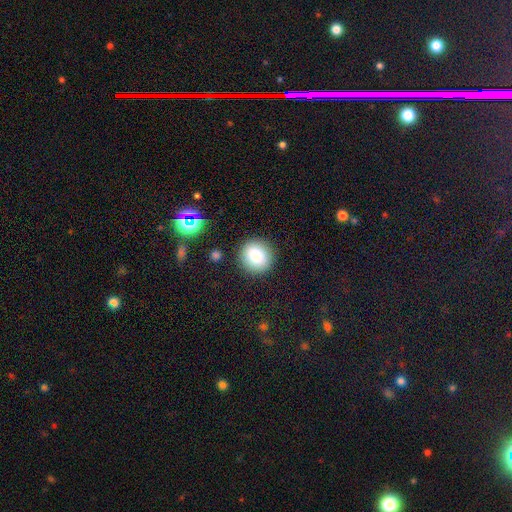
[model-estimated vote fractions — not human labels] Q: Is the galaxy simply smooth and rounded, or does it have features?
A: smooth — 83%.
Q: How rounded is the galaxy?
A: round — 89%.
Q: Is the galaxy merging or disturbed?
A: none — 88%.